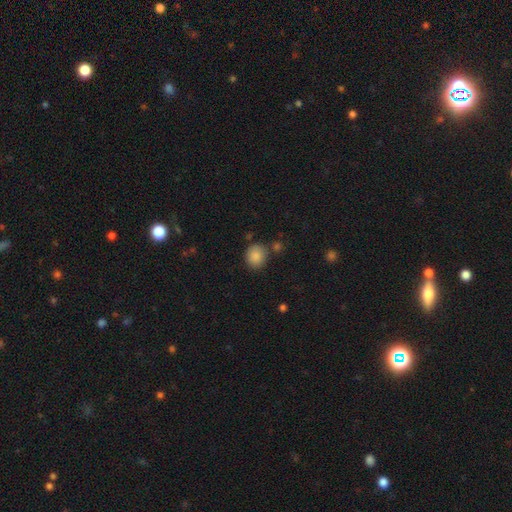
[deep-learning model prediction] A smooth galaxy with no disk features (87%) that is round (76%). Merging: none (75%).